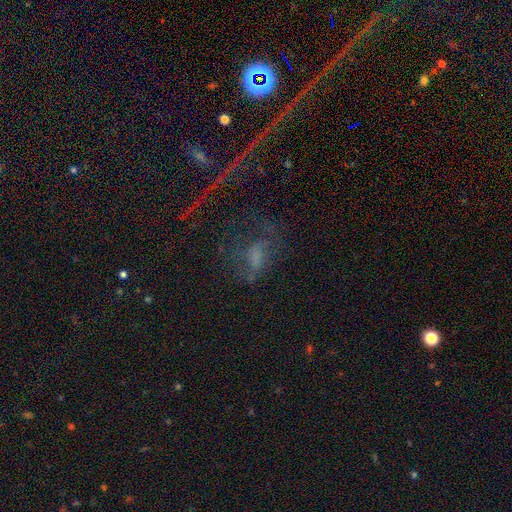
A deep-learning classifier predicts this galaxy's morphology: type=featured or disk (39%); merging=none (39%, tied with major disturbance).